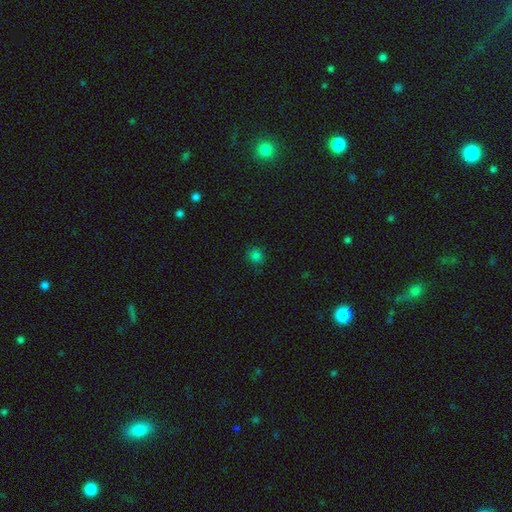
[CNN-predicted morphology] Overall: smooth (81%). How rounded: round (84%). Merging: none (87%).